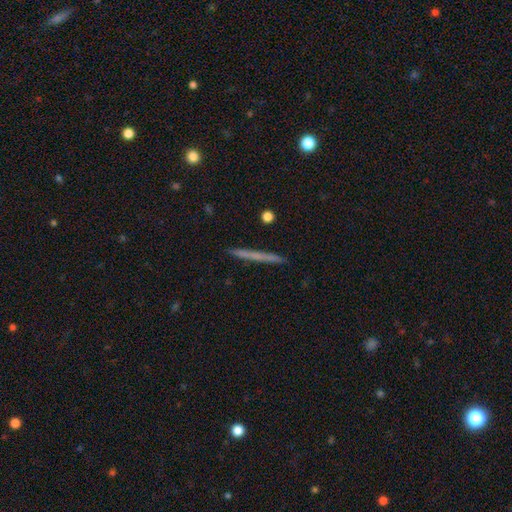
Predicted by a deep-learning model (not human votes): Smooth or featured? smooth (53%)
How rounded? cigar-shaped (96%)
Merging? none (92%)